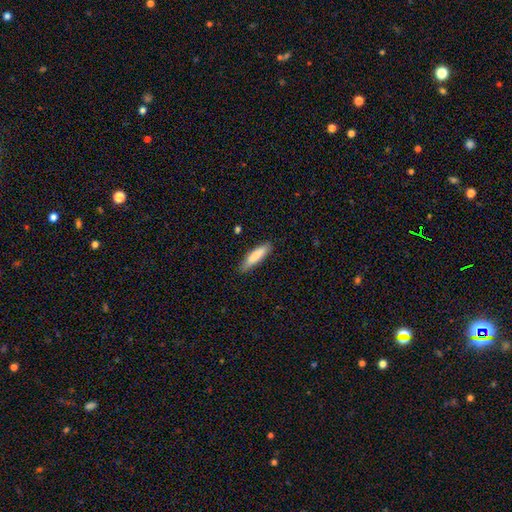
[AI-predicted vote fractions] Overall: smooth (82%). How rounded: cigar-shaped (73%). Merging: none (85%).